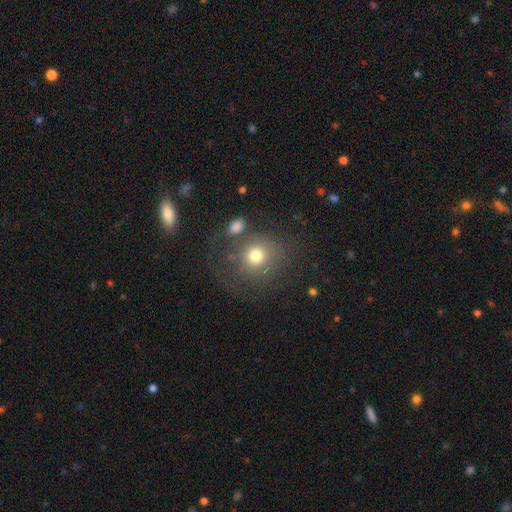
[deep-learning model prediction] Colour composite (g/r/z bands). It shows a smooth galaxy with no disk features (72%) that is round (79%). Merging: none (58%).